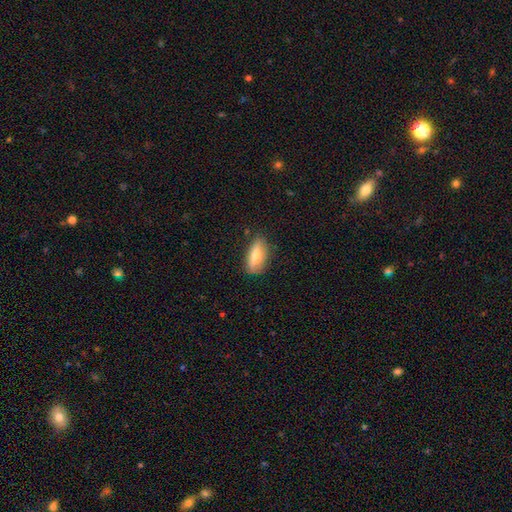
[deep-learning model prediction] This appears to be a smooth galaxy with no disk features (72%) that is in between round and cigar-shaped (76%). Merging: none (76%).